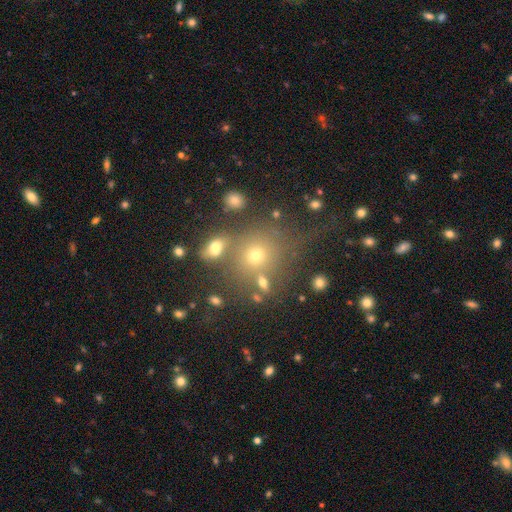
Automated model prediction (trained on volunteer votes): Overall: smooth (63%). How rounded: round (79%). Merging: none (60%).